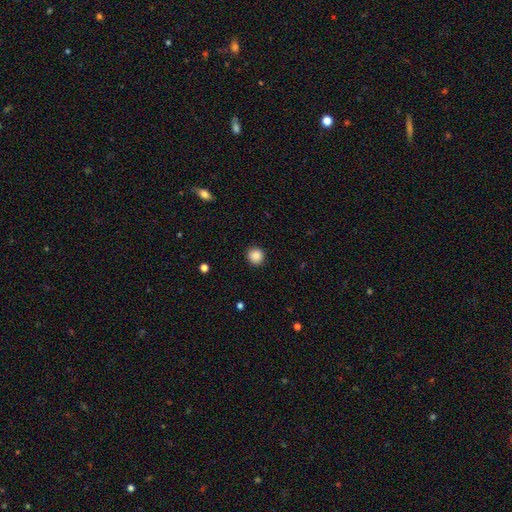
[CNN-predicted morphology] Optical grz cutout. It shows a smooth galaxy with no disk features (87%) that is round (93%). Merging: none (91%).